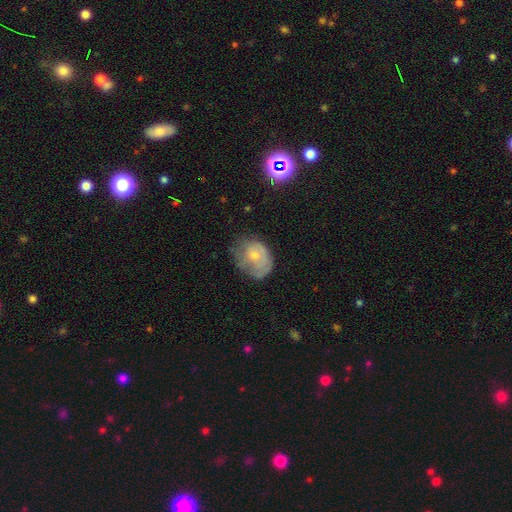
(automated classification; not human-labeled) smooth_or_featured: smooth (p=0.50) [alt: featured or disk p=0.40]
how_rounded: in between (p=0.59) [alt: round p=0.40]
merging: none (p=0.42) [alt: minor disturbance p=0.34]